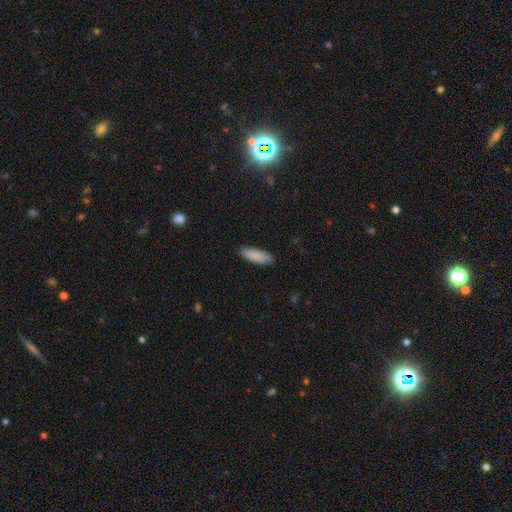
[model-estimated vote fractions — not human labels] smooth-or-featured: smooth: 88% | featured or disk: 6% | star or artifact: 6%
  how-rounded: in between: 55% | cigar-shaped: 43% | round: 1%
  merging: none: 86% | minor disturbance: 11% | major disturbance: 2% | merger: 1%